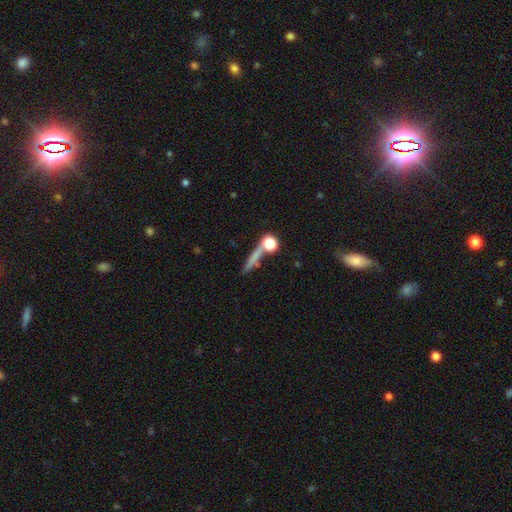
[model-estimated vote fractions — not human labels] This appears to be a smooth galaxy with no disk features (57%) that is cigar-shaped (62%). Merging: none (63%).